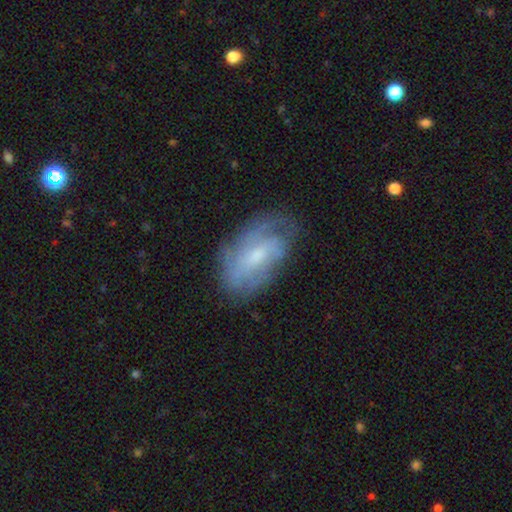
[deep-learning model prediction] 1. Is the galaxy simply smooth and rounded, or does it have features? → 62% featured or disk, 30% smooth, 7% star or artifact.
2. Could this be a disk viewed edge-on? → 93% no, 7% yes.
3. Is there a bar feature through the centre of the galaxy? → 46% weak, 43% no, 11% strong.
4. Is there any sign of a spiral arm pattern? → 77% yes, 23% no.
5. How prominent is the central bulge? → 49% small, 40% moderate, 6% none, 3% large, 1% dominant.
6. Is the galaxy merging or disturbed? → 66% none, 23% minor disturbance, 10% major disturbance, 1% merger.